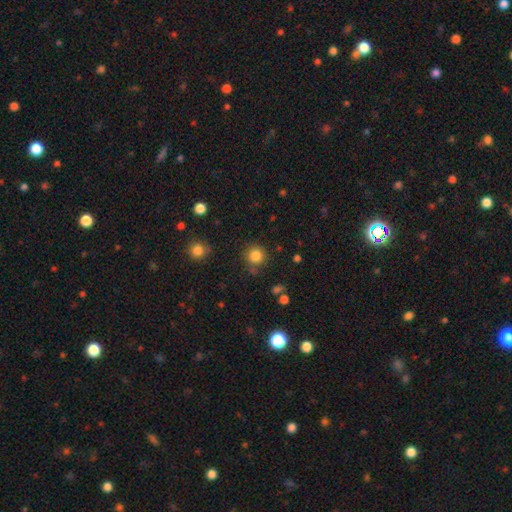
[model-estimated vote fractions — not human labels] Smooth or featured? Predicted: smooth (p=0.84). How rounded? Predicted: round (p=0.93). Merging? Predicted: none (p=0.81).